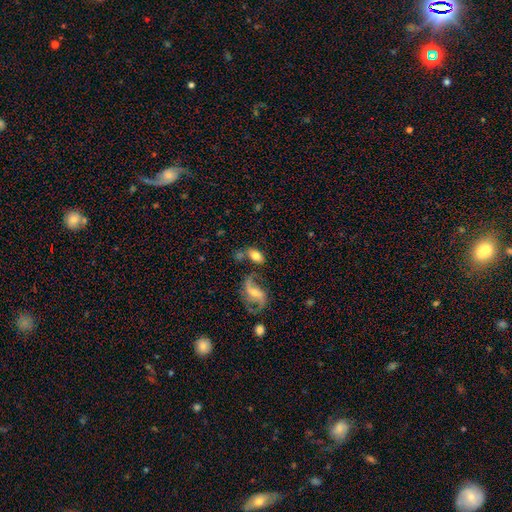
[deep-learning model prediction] Smooth or featured? Predicted: smooth (p=0.66). How rounded? Predicted: in between (p=0.88). Merging? Predicted: none (p=0.57).